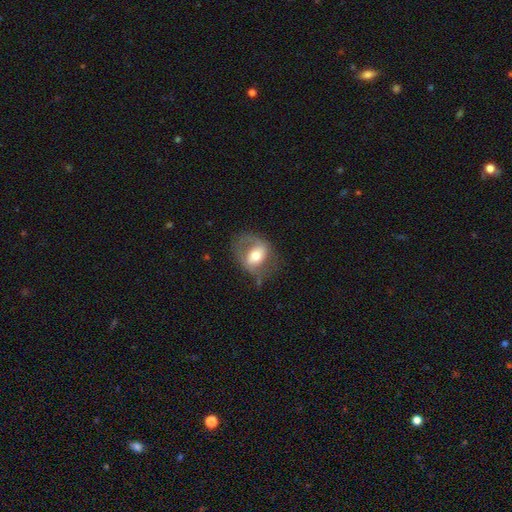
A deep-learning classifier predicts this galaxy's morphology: Smooth or featured? featured or disk (52%)
Edge-on disk? no (93%)
Merging? none (52%)